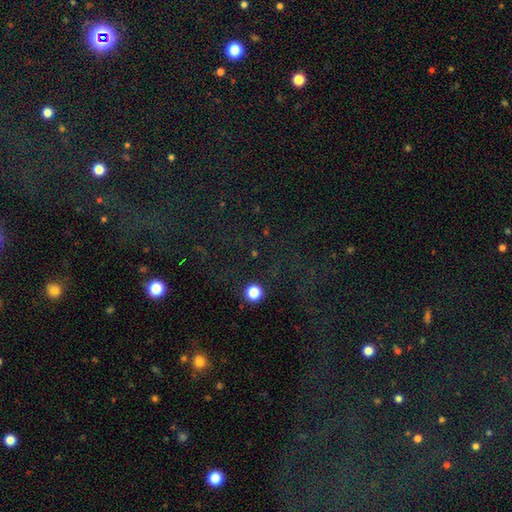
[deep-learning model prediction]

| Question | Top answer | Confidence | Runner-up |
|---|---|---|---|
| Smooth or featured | star or artifact | 76% | smooth (14%) |